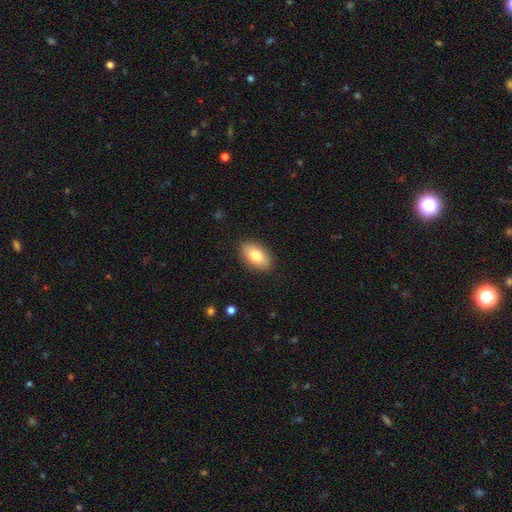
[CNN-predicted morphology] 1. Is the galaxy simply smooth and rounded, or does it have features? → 80% smooth, 13% featured or disk, 7% star or artifact.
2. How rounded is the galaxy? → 92% in between, 5% round, 3% cigar-shaped.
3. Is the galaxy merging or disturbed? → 88% none, 9% minor disturbance, 2% major disturbance, 1% merger.